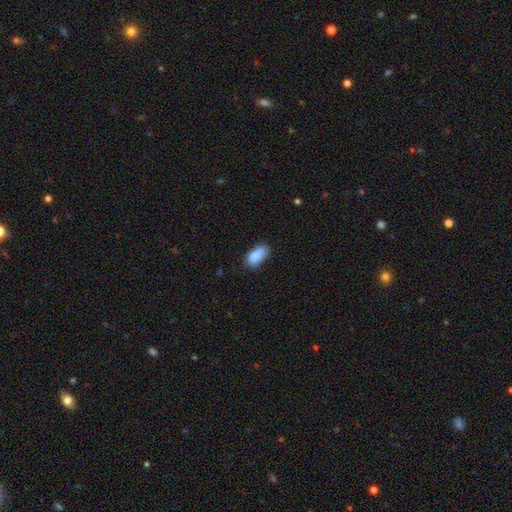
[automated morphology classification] A smooth galaxy with no disk features (85%) that is in between round and cigar-shaped (90%). Merging: none (56%).